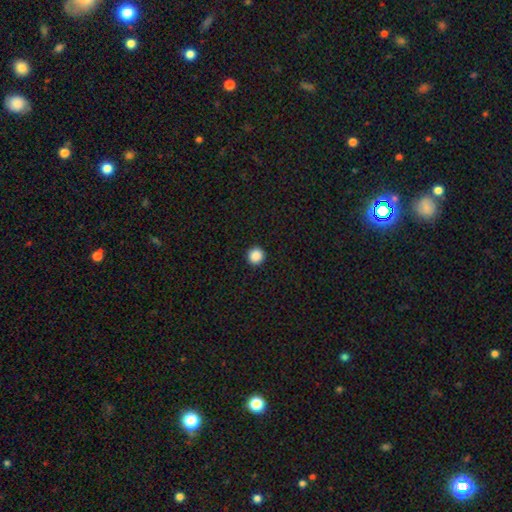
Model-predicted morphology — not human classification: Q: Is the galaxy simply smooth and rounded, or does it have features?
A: smooth — 88%.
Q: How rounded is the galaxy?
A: round — 96%.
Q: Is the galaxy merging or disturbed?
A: none — 93%.